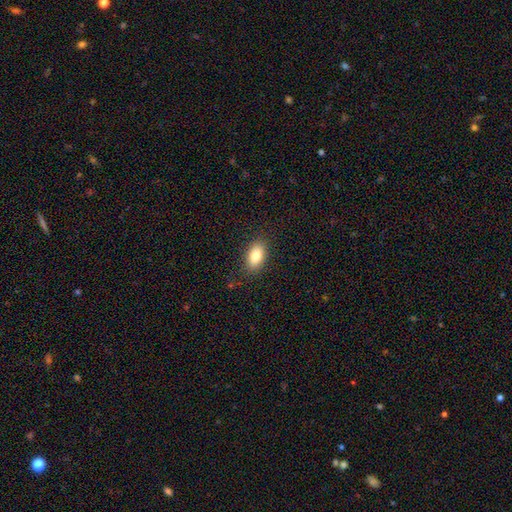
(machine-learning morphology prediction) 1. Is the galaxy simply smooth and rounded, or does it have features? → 82% smooth, 10% featured or disk, 8% star or artifact.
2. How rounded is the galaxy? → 90% in between, 7% round, 3% cigar-shaped.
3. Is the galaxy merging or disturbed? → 86% none, 10% minor disturbance, 3% major disturbance, 1% merger.